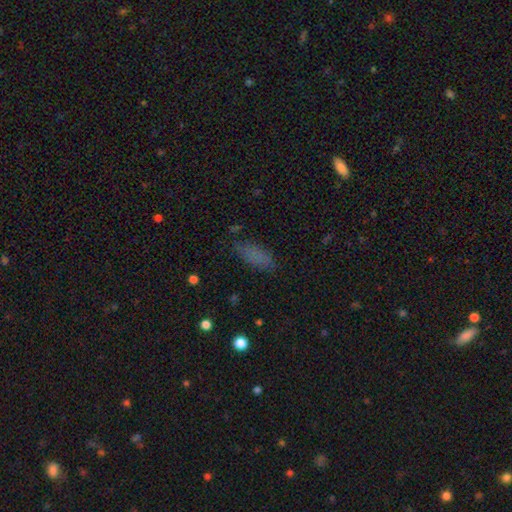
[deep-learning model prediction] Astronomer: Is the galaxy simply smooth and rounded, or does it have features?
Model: smooth — 76%.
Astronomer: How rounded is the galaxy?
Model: in between — 72%.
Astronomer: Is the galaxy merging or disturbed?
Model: none — 76%.